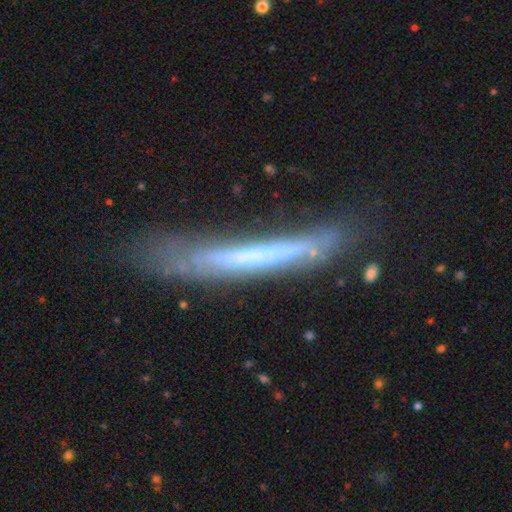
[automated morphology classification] Overall: featured or disk (61%; smooth 30%). Edge-on disk: yes (82%). Edge-on bulge: none (83%). Merging: none (64%).